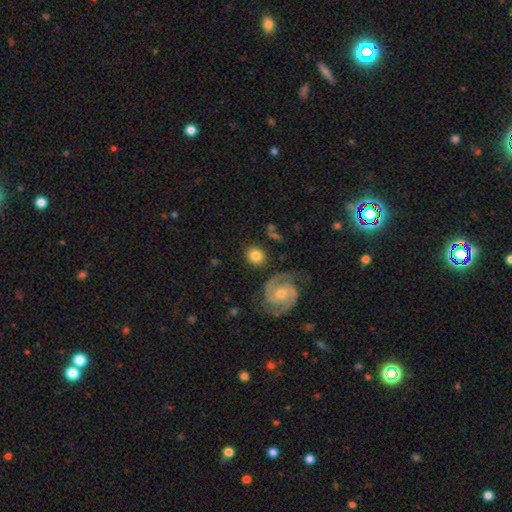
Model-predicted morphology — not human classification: Overall: smooth (68%). How rounded: round (83%). Merging: none (82%).